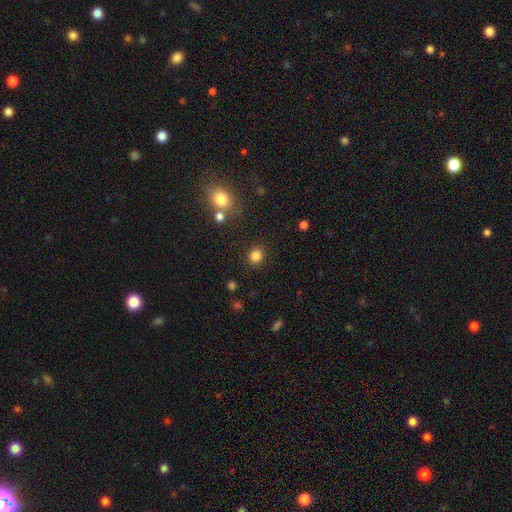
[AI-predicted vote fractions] This appears to be a smooth galaxy with no disk features (83%) that is round (85%). Merging: none (88%).